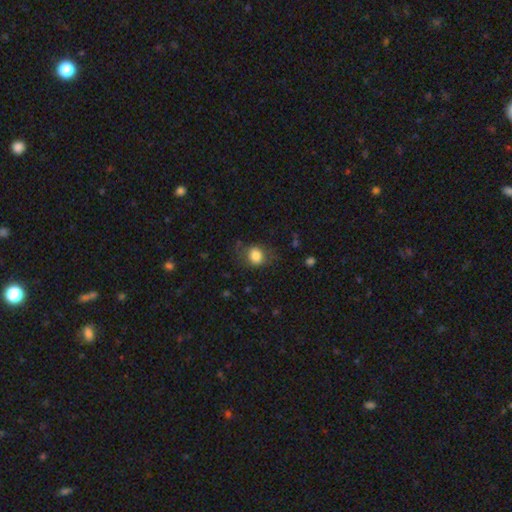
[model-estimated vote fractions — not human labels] A smooth galaxy with no disk features (80%) that is round (62%).

Vote fractions:
- Smooth or featured? smooth: 80% / featured or disk: 11% / star or artifact: 9%
- How rounded? round: 62% / in between: 37% / cigar-shaped: 1%
- Merging? none: 66% / minor disturbance: 21% / major disturbance: 11% / merger: 2%